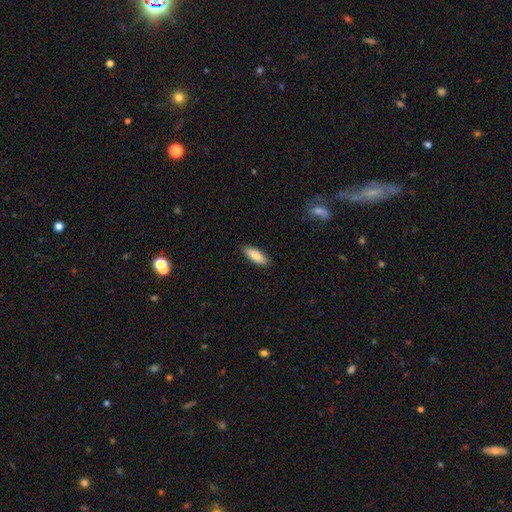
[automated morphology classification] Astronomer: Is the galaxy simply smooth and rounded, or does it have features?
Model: smooth — 84%.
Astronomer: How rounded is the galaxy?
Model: in between — 65%.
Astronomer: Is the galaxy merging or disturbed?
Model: none — 88%.